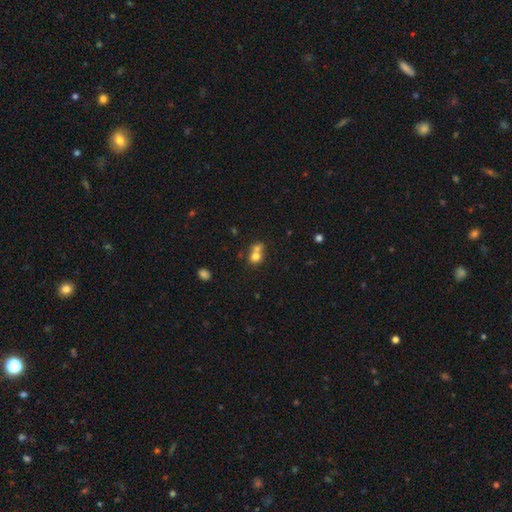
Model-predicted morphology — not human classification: This appears to be a smooth galaxy with no disk features (72%) that is round (73%). Merging: merger (60%).